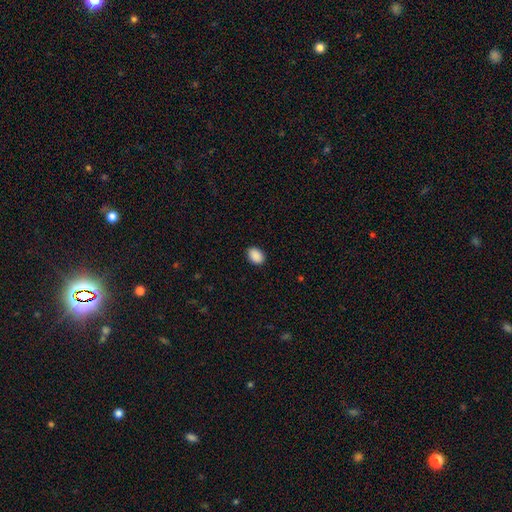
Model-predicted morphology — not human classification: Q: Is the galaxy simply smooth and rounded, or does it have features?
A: smooth — 91%.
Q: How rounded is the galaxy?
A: in between — 79%.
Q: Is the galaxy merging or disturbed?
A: none — 89%.